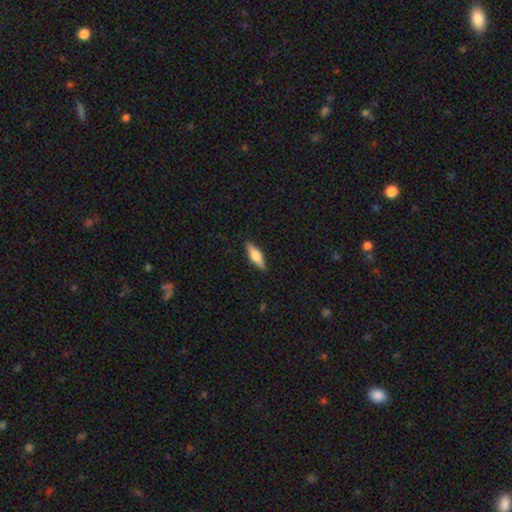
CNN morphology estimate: Q: Smooth or featured?
A: smooth (60%); runner-up: featured or disk (34%)
Q: How rounded?
A: in between (51%); runner-up: cigar-shaped (46%)
Q: Merging?
A: none (89%); runner-up: minor disturbance (9%)